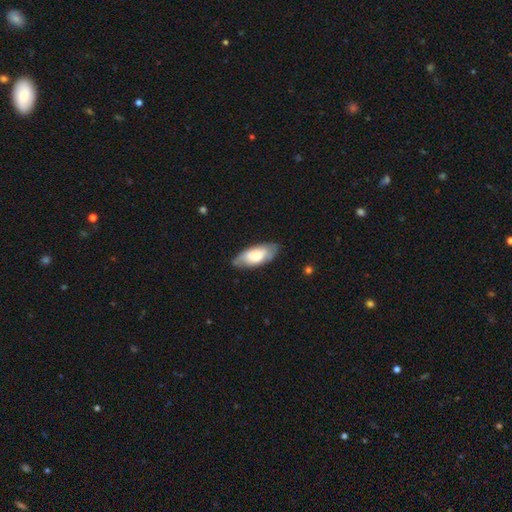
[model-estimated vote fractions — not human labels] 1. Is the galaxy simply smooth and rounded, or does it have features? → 64% smooth, 31% featured or disk, 6% star or artifact.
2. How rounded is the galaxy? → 84% in between, 13% cigar-shaped, 2% round.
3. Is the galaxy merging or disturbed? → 76% none, 19% minor disturbance, 4% major disturbance, 1% merger.